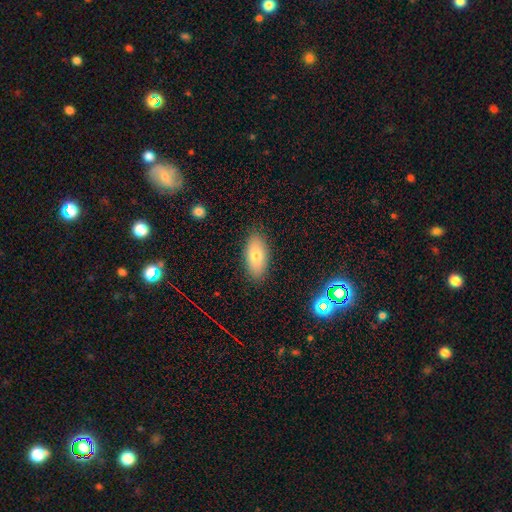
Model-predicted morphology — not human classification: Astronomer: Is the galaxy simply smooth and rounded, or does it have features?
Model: smooth — 75%.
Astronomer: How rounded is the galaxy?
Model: in between — 89%.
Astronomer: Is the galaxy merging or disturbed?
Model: none — 87%.